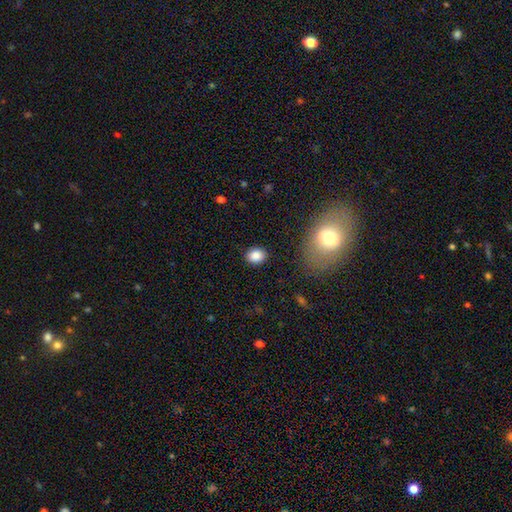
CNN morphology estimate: smooth_or_featured: smooth (p=0.87) [alt: star or artifact p=0.09]
how_rounded: round (p=0.55) [alt: in between p=0.44]
merging: none (p=0.88) [alt: minor disturbance p=0.08]